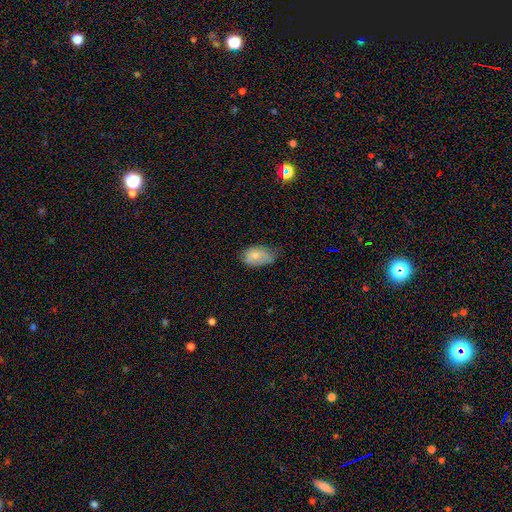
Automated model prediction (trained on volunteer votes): The model was most divided on "merging": none: 48%, minor disturbance: 40%, major disturbance: 10%, merger: 2%. More confident: how rounded — in between (90%); smooth or featured — smooth (77%).